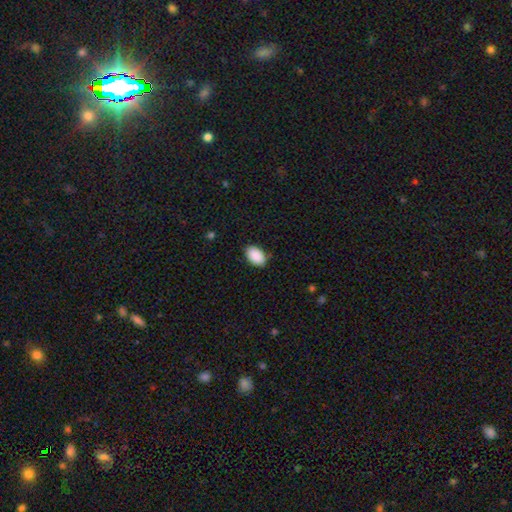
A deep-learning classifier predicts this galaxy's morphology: Smooth or featured?
  - smooth: 91% *
  - star or artifact: 6%
  - featured or disk: 3%
How rounded?
  - in between: 92% *
  - round: 7%
  - cigar-shaped: 1%
Merging?
  - none: 86% *
  - minor disturbance: 11%
  - major disturbance: 2%
  - merger: 1%